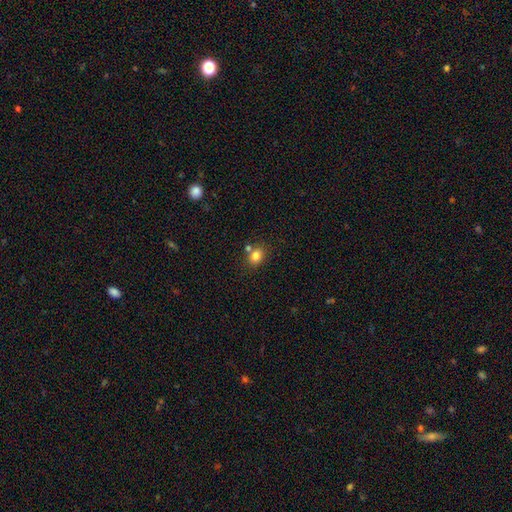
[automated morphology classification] A smooth galaxy with no disk features (81%) that is round (51%). Merging: none (67%).